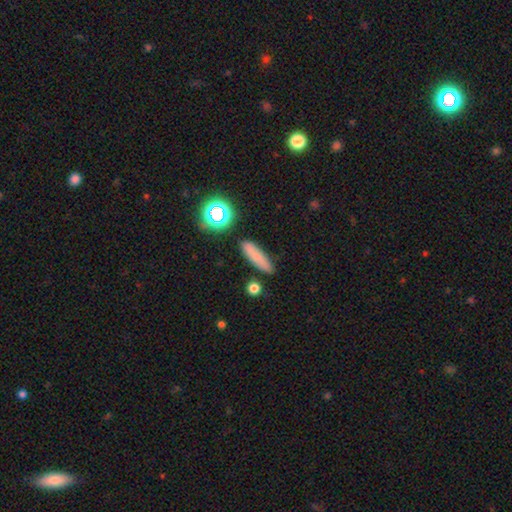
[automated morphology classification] A smooth galaxy with no disk features (73%) that is cigar-shaped (67%). Merging: none (82%).